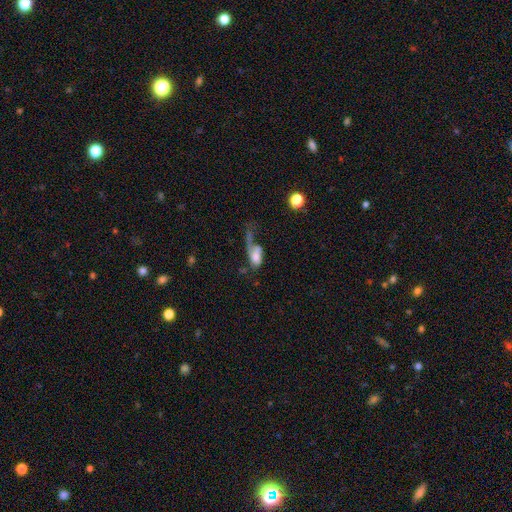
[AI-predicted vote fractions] smooth 46%, featured or disk 44%, star or artifact 10%. Down the decision tree: merging — major disturbance (57%).